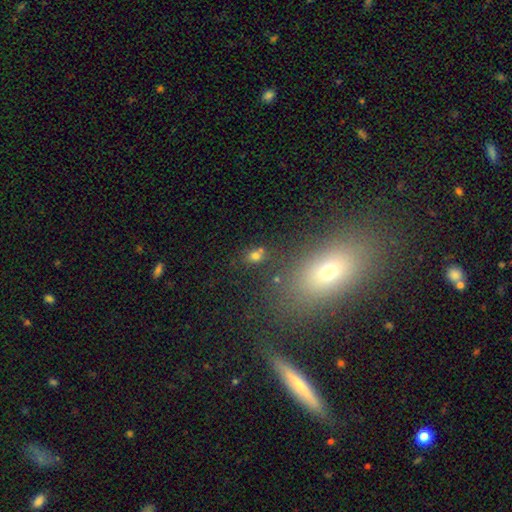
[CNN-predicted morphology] smooth_or_featured: smooth (p=0.71) [alt: star or artifact p=0.20]
how_rounded: in between (p=0.58) [alt: round p=0.40]
merging: none (p=0.66) [alt: merger p=0.17]